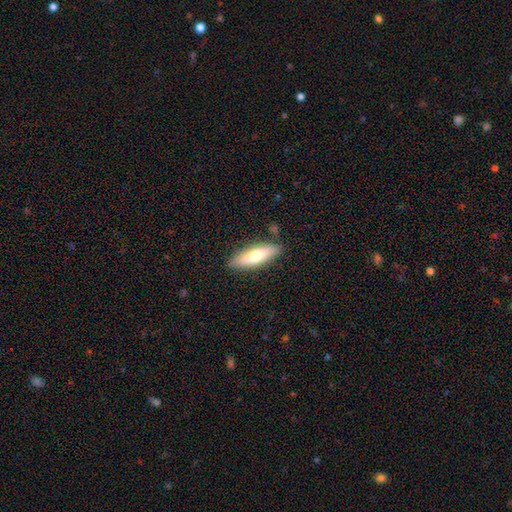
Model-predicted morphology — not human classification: smooth-or-featured: smooth: 65% | featured or disk: 29% | star or artifact: 6%
  how-rounded: in between: 51% | cigar-shaped: 47% | round: 2%
  merging: none: 84% | minor disturbance: 11% | major disturbance: 2% | merger: 2%